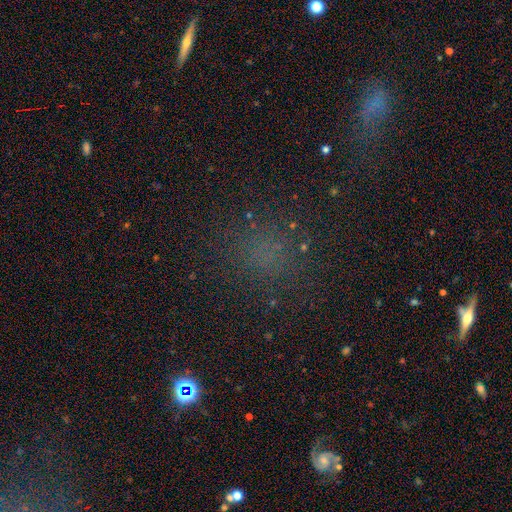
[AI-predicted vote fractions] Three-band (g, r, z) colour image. It shows a smooth galaxy with no disk features (50%) that is round (72%). Merging: none (75%).